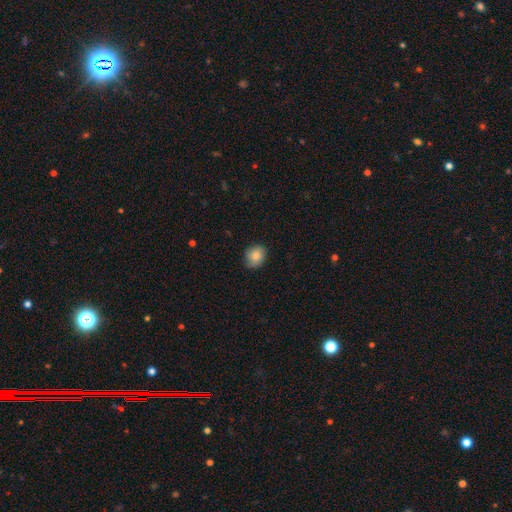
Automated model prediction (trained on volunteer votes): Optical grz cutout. It shows a smooth galaxy with no disk features (79%) that is round (64%). Merging: none (74%).